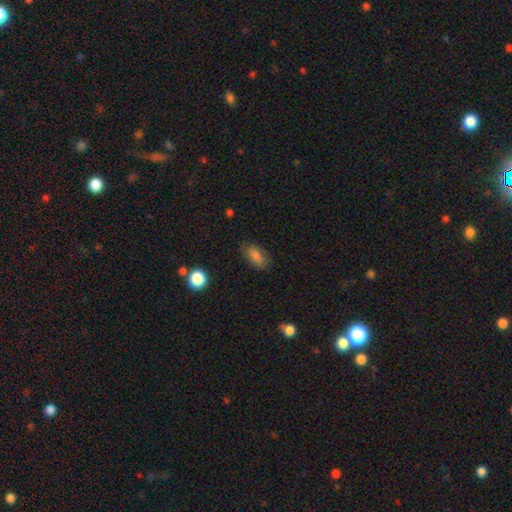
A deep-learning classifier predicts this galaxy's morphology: Smooth or featured? smooth (80%)
How rounded? in between (88%)
Merging? none (78%)